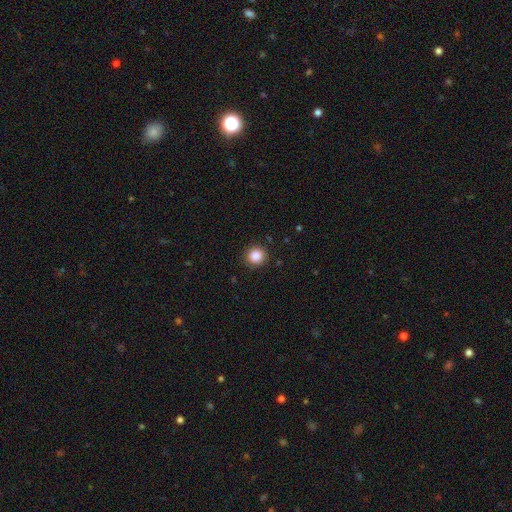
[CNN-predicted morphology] A smooth galaxy with no disk features (83%) that is round (94%).

Vote fractions:
- Smooth or featured? smooth: 83% / star or artifact: 11% / featured or disk: 6%
- How rounded? round: 94% / in between: 5% / cigar-shaped: 1%
- Merging? none: 92% / minor disturbance: 5% / major disturbance: 2% / merger: 1%